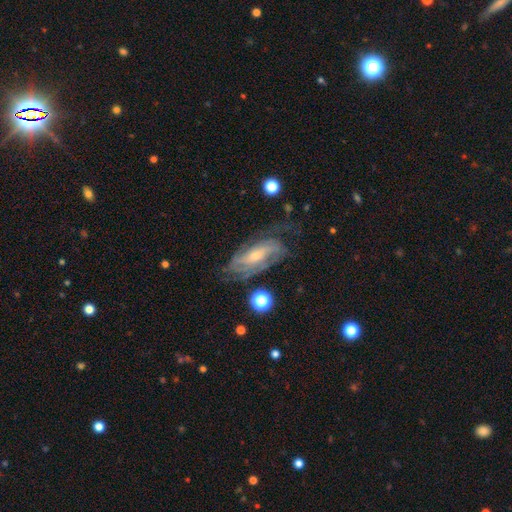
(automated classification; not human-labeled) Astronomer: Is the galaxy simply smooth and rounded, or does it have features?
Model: featured or disk — 80%.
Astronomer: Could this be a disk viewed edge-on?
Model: no — 90%.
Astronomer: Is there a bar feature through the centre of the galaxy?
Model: no — 45% (runner-up: weak, 38%).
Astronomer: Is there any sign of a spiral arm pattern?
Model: yes — 93%.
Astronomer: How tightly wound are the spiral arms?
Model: tight — 48% (runner-up: medium, 39%).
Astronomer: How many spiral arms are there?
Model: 2 — 40% (runner-up: can't tell, 31%).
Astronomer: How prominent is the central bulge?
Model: small — 55% (runner-up: moderate, 39%).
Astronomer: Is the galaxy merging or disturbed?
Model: none — 62%.